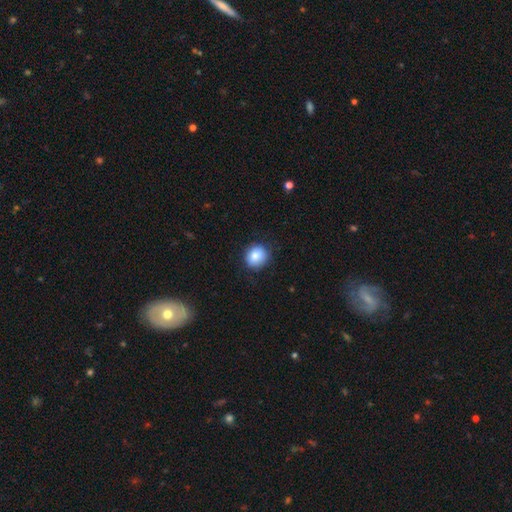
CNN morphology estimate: smooth-or-featured: smooth: 84% | star or artifact: 8% | featured or disk: 8%
  how-rounded: round: 81% | in between: 18% | cigar-shaped: 1%
  merging: none: 83% | minor disturbance: 13% | major disturbance: 3% | merger: 1%